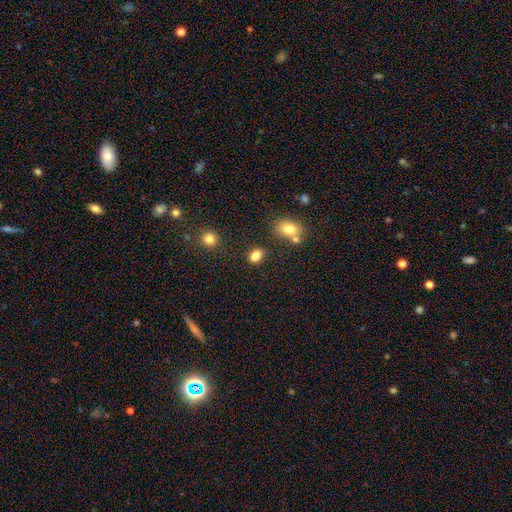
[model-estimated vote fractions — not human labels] This appears to be a smooth galaxy with no disk features (84%) that is in between round and cigar-shaped (71%). Merging: none (77%).